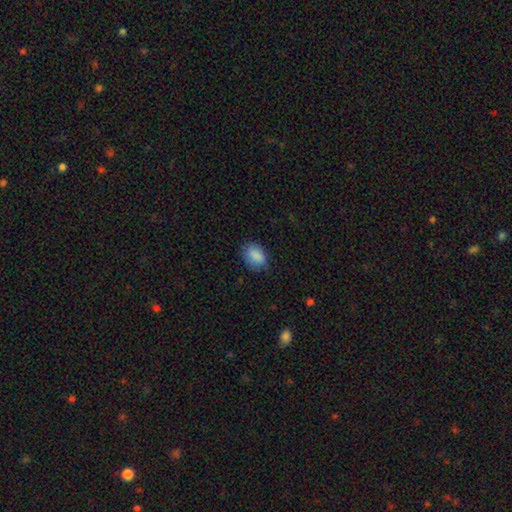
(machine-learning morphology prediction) This is clearly a smooth galaxy (87%). How rounded: likely in between (76%). Merging: likely none (76%).